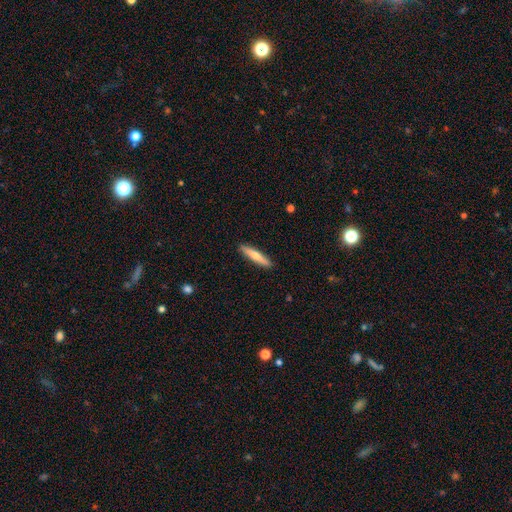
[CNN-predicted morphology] Smooth or featured?
  - smooth: 62% *
  - featured or disk: 33%
  - star or artifact: 5%
How rounded?
  - cigar-shaped: 89% *
  - in between: 10%
  - round: 1%
Merging?
  - none: 91% *
  - minor disturbance: 7%
  - major disturbance: 1%
  - merger: 1%